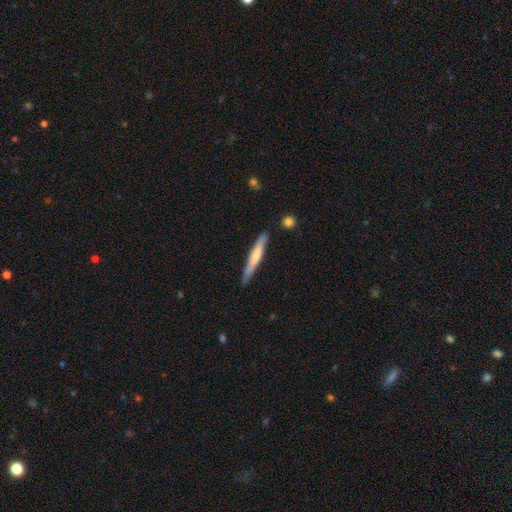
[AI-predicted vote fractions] Smooth or featured?
  - smooth: 55% *
  - featured or disk: 40%
  - star or artifact: 5%
How rounded?
  - cigar-shaped: 95% *
  - in between: 4%
  - round: 1%
Merging?
  - none: 83% *
  - minor disturbance: 13%
  - merger: 2%
  - major disturbance: 2%